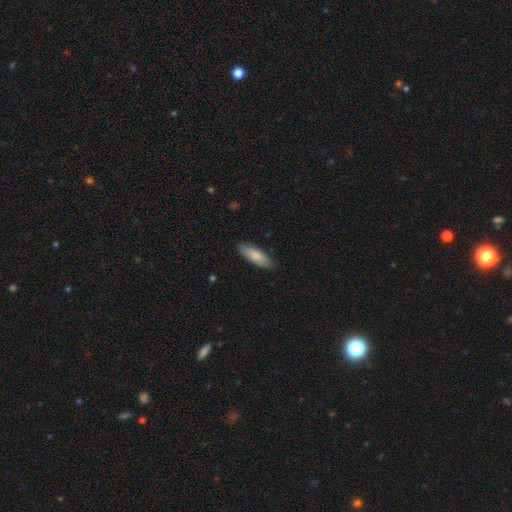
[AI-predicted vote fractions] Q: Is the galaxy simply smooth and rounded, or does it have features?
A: smooth — 84%.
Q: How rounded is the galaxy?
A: in between — 60%.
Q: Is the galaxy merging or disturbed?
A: none — 86%.